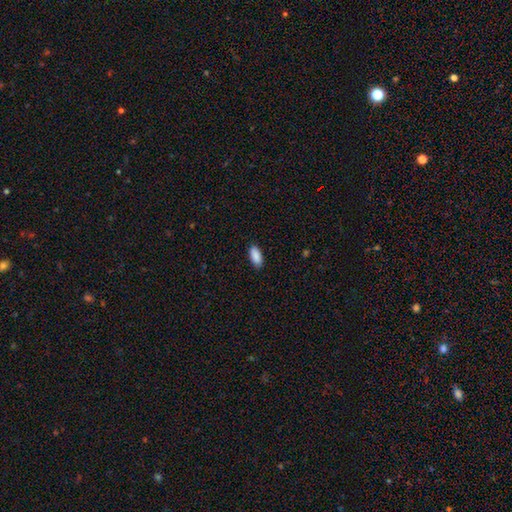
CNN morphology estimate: type=smooth (91%); roundness=in between (89%); merging=none (88%).